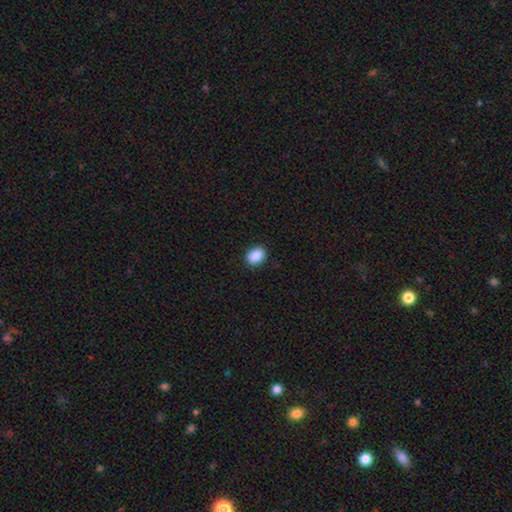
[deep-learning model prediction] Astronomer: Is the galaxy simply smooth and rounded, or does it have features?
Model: smooth — 90%.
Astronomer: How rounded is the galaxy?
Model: in between — 69%.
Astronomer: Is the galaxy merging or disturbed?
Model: none — 90%.